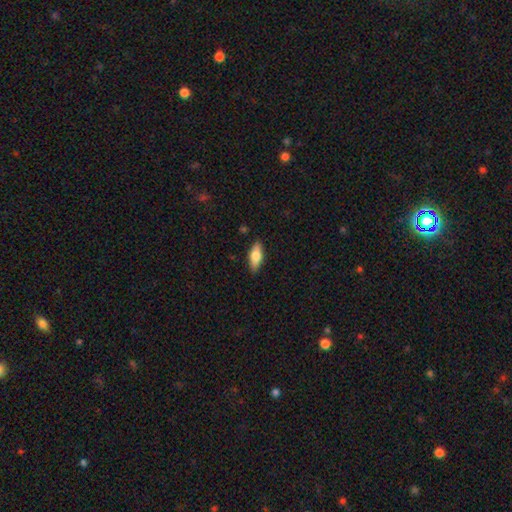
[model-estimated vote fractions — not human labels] smooth_or_featured: smooth (p=0.71) [alt: featured or disk p=0.23]
how_rounded: in between (p=0.73) [alt: cigar-shaped p=0.24]
merging: none (p=0.87) [alt: minor disturbance p=0.10]